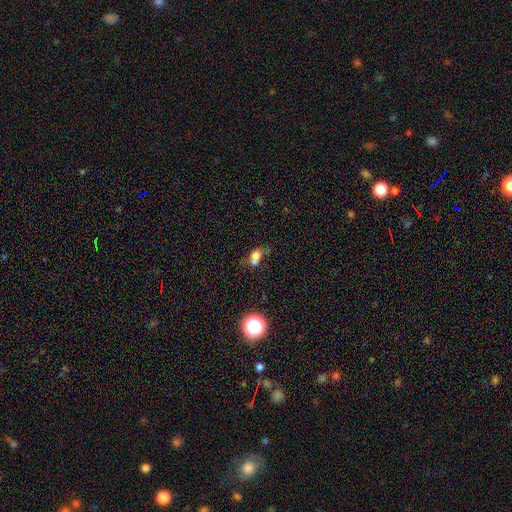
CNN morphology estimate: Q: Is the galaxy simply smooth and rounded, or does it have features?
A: smooth — 66%.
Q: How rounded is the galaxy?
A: in between — 68%.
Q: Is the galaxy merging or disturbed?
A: merger — 36%.